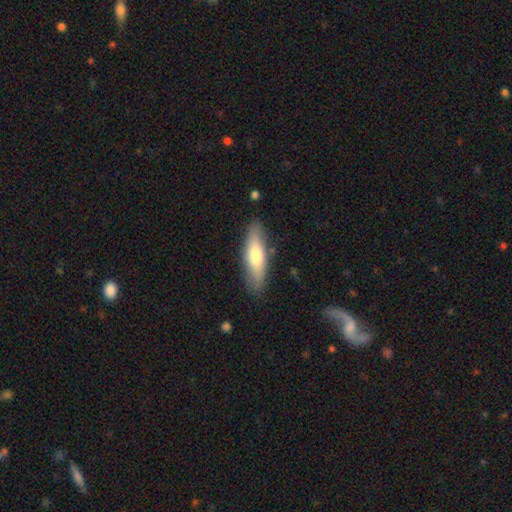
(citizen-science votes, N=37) smooth 65%, featured or disk 35%, star or artifact 0%. Down the decision tree: how rounded — cigar-shaped (88%); merging — none (84%).